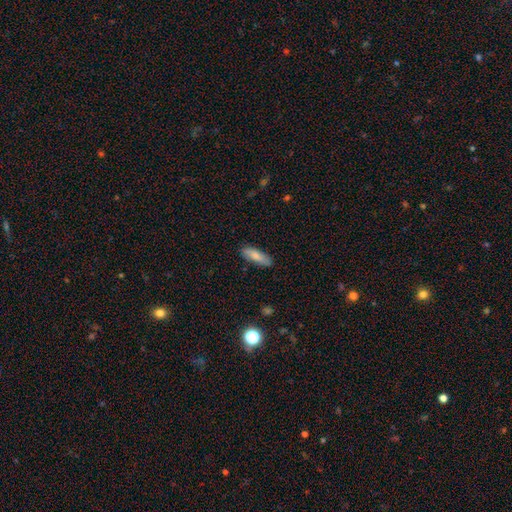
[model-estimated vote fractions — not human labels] Smooth or featured? Predicted: smooth (p=0.82). How rounded? Predicted: in between (p=0.59). Merging? Predicted: none (p=0.85).